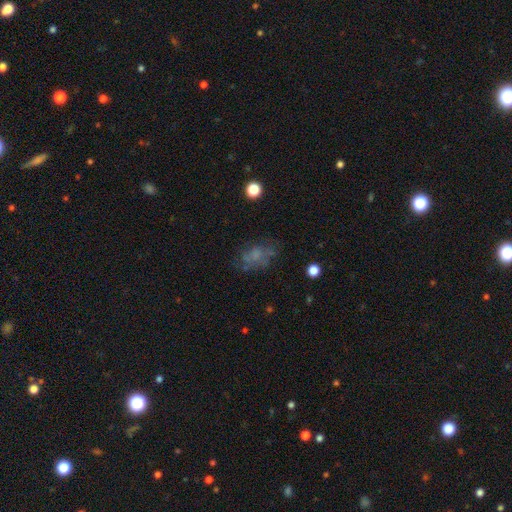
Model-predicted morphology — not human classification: This appears to be a smooth galaxy with no disk features (47%). Merging: none (55%).